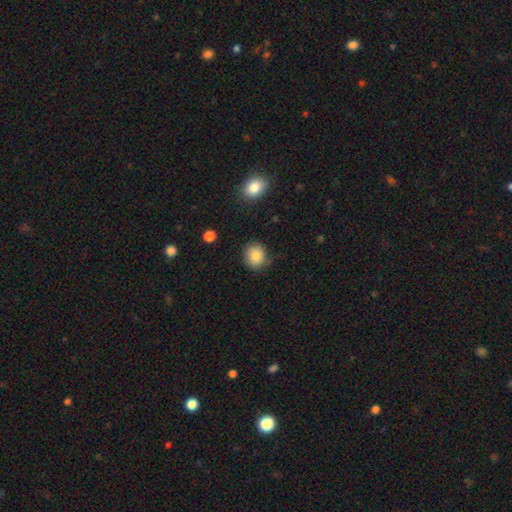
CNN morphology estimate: Smooth or featured?
  - smooth: 86% *
  - star or artifact: 9%
  - featured or disk: 5%
How rounded?
  - round: 78% *
  - in between: 21%
  - cigar-shaped: 1%
Merging?
  - none: 81% *
  - minor disturbance: 13%
  - major disturbance: 4%
  - merger: 2%